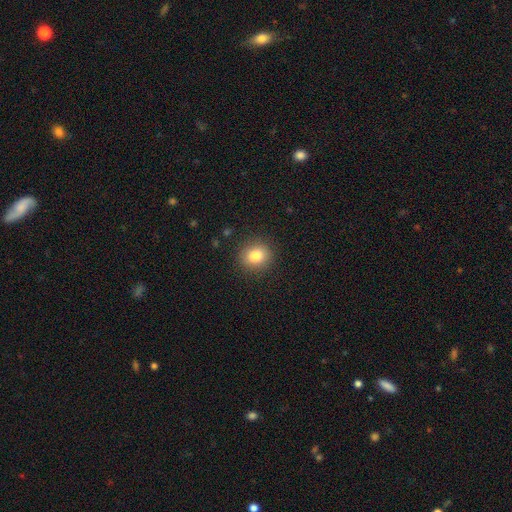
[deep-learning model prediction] smooth-or-featured: smooth: 82% | star or artifact: 10% | featured or disk: 8%
  how-rounded: round: 78% | in between: 21% | cigar-shaped: 1%
  merging: none: 89% | minor disturbance: 7% | major disturbance: 3% | merger: 1%